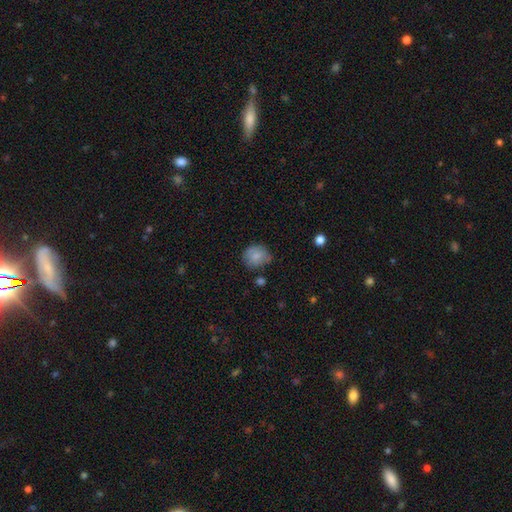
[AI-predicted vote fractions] Morphology: type=smooth (80%); roundness=round (68%); merging=none (64%).